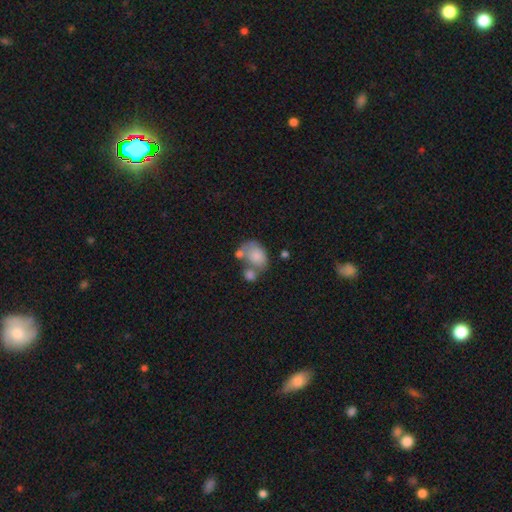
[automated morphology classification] Smooth or featured: smooth — 76% (featured or disk — 16%)
How rounded: in between — 75% (round — 24%)
Merging: merger — 39% (none — 30%)